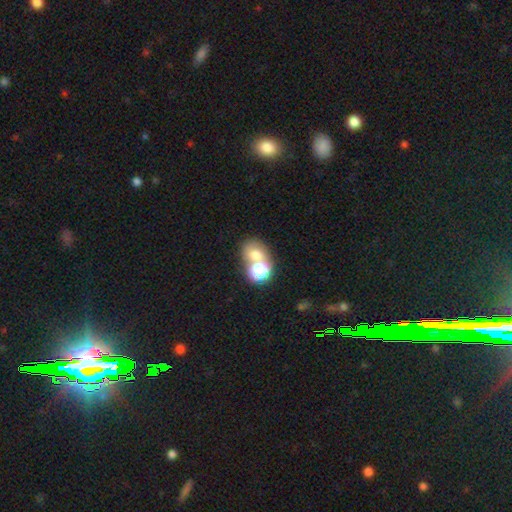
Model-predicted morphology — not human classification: smooth_or_featured: smooth (p=0.63) [alt: star or artifact p=0.21]
how_rounded: round (p=0.62) [alt: in between p=0.37]
merging: merger (p=0.47) [alt: none p=0.38]